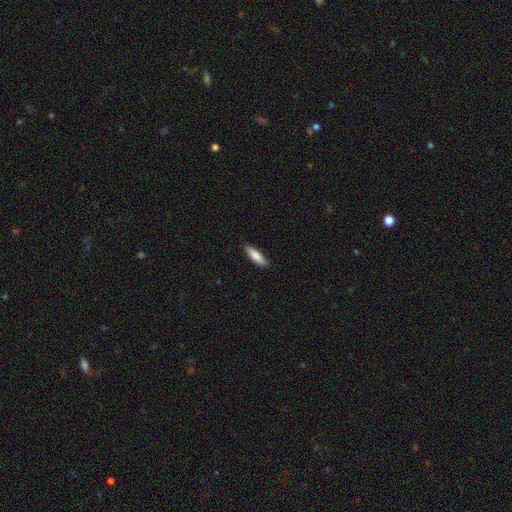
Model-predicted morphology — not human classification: This appears to be a smooth galaxy with no disk features (84%) that is cigar-shaped (51%). Merging: none (86%).